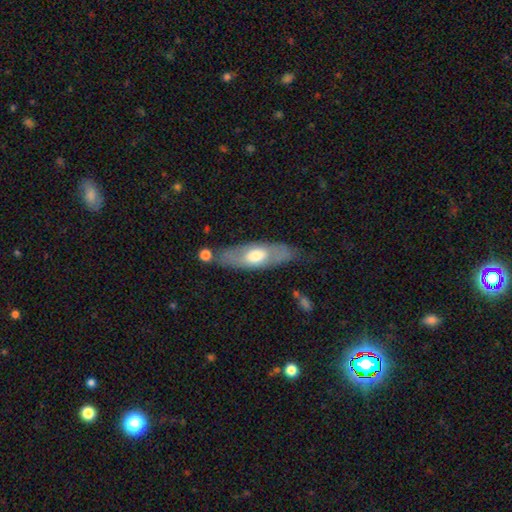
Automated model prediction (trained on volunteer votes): featured or disk 48%, smooth 47%, star or artifact 6%. Down the decision tree: merging — none (70%).